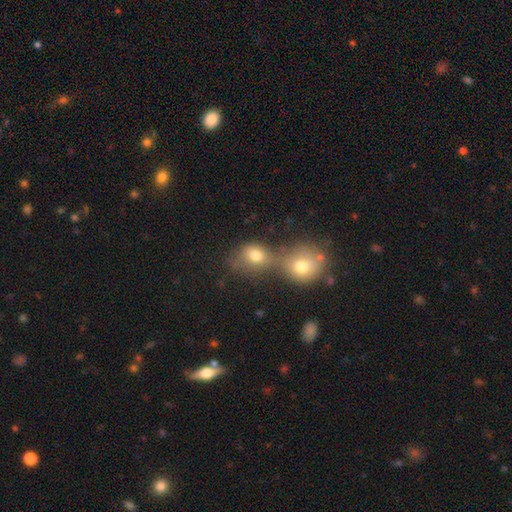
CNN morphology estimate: This is likely a smooth galaxy (73%). How rounded: likely round (65%). Merging: likely merger (63%).